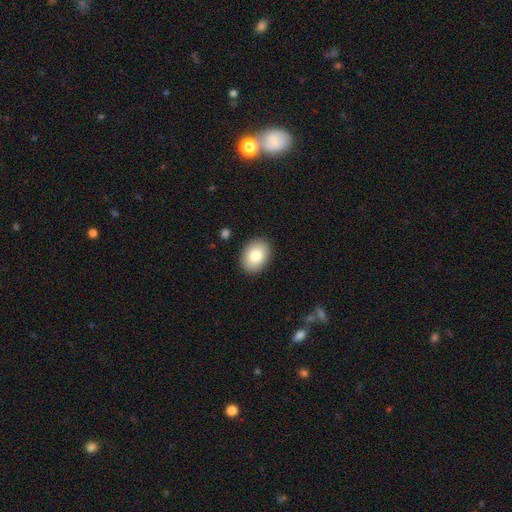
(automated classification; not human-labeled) Smooth or featured? Predicted: smooth (p=0.83). How rounded? Predicted: in between (p=0.73). Merging? Predicted: none (p=0.90).